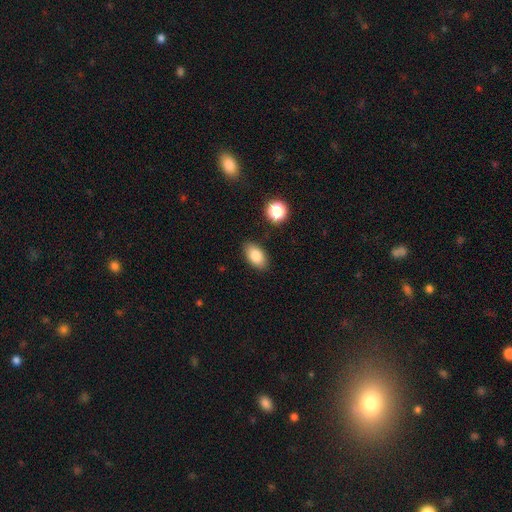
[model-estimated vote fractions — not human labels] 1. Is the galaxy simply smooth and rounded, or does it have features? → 82% smooth, 9% featured or disk, 9% star or artifact.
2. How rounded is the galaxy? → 91% in between, 7% round, 2% cigar-shaped.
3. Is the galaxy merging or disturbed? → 87% none, 9% minor disturbance, 2% major disturbance, 2% merger.